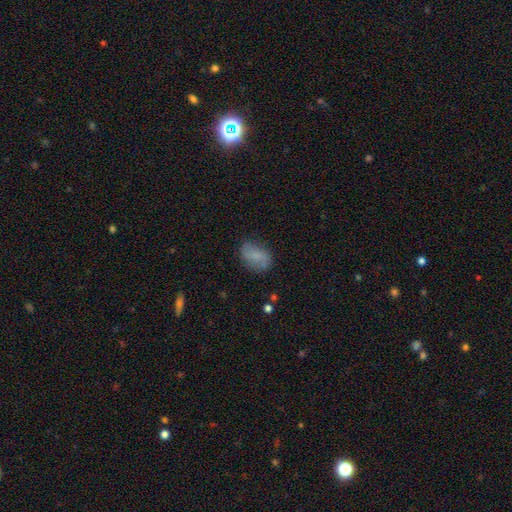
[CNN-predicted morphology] A smooth galaxy with no disk features (68%) that is in between round and cigar-shaped (86%). Merging: none (66%).